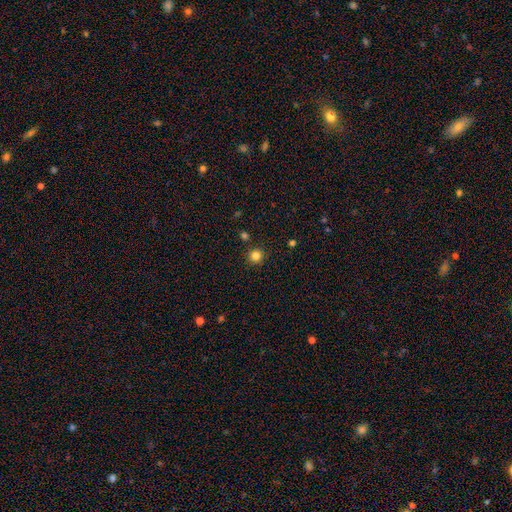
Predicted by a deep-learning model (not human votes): Smooth or featured? Predicted: smooth (p=0.83). How rounded? Predicted: round (p=0.95). Merging? Predicted: none (p=0.89).